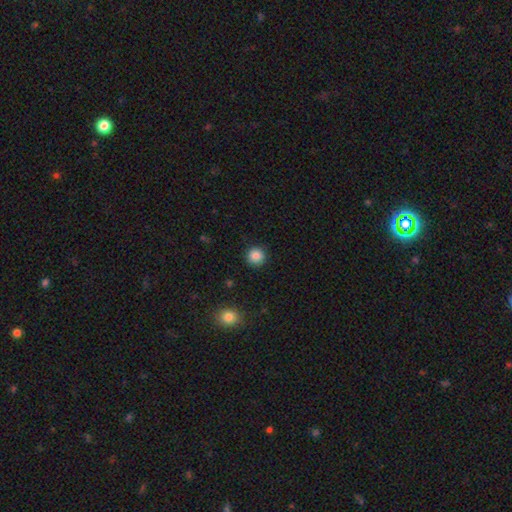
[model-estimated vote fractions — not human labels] smooth_or_featured: smooth (p=0.85) [alt: star or artifact p=0.10]
how_rounded: round (p=0.94) [alt: in between p=0.05]
merging: none (p=0.91) [alt: minor disturbance p=0.06]